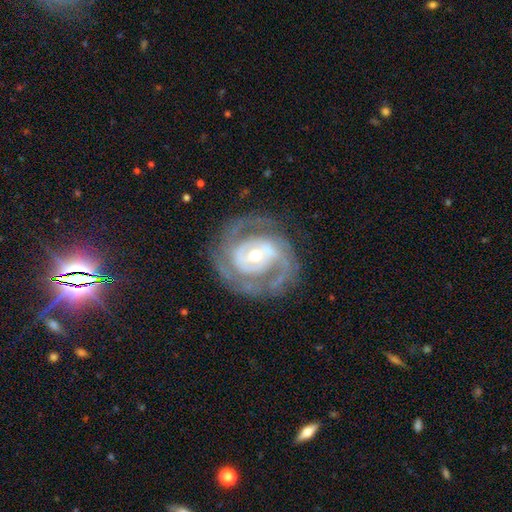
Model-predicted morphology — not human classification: The model was most divided on "bulge size": moderate: 50%, small: 44%, large: 4%, dominant: 1%, none: 1%. Remaining: edge-on disk — no (97%); spiral arms — yes (94%); smooth or featured — featured or disk (88%); merging — none (74%); spiral arm count — 2 (61%); spiral winding — tight (52%); bar — no (44%).